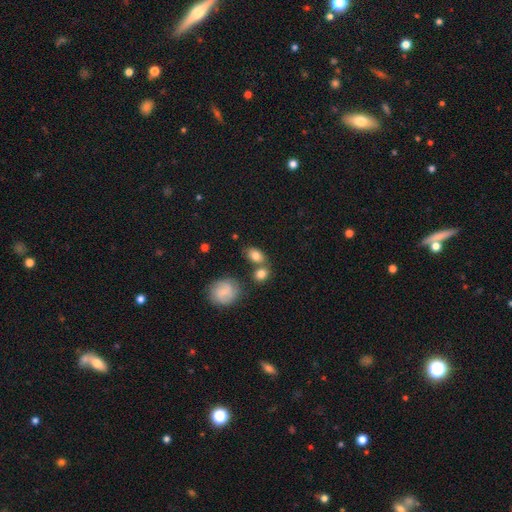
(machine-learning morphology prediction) smooth_or_featured: smooth (p=0.77) [alt: featured or disk p=0.14]
how_rounded: in between (p=0.75) [alt: round p=0.23]
merging: none (p=0.54) [alt: merger p=0.28]